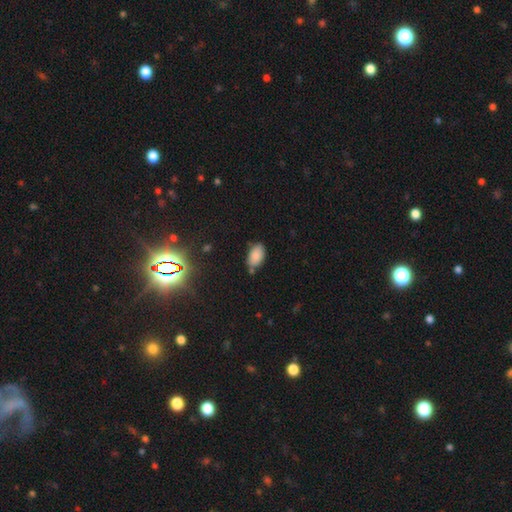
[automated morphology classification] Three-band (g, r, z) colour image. It shows a smooth galaxy with no disk features (84%) that is in between round and cigar-shaped (92%). Merging: none (68%).